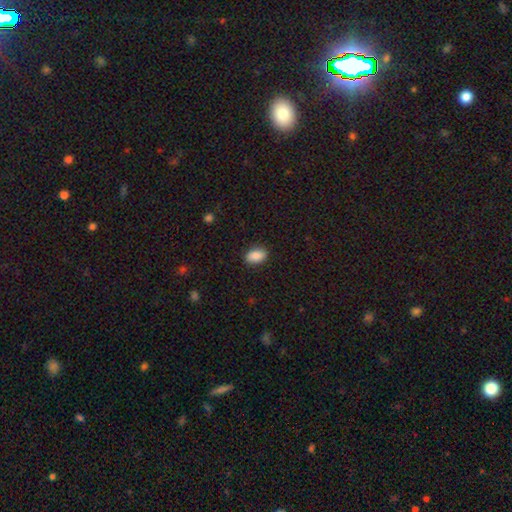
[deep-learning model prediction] This is clearly a smooth galaxy (86%). How rounded: clearly in between (88%). Merging: clearly none (88%).